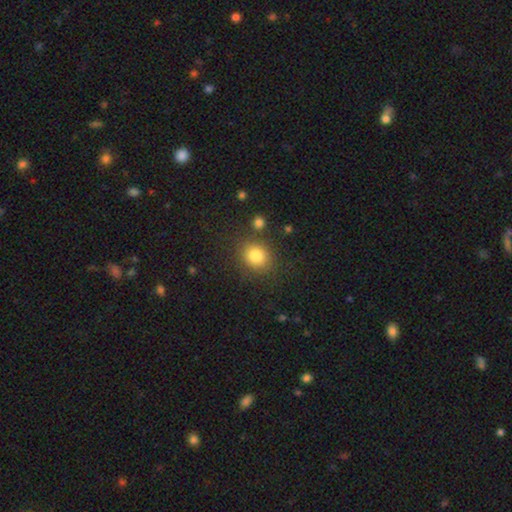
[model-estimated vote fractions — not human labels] Morphology: type=smooth (84%); roundness=round (74%); merging=none (80%).